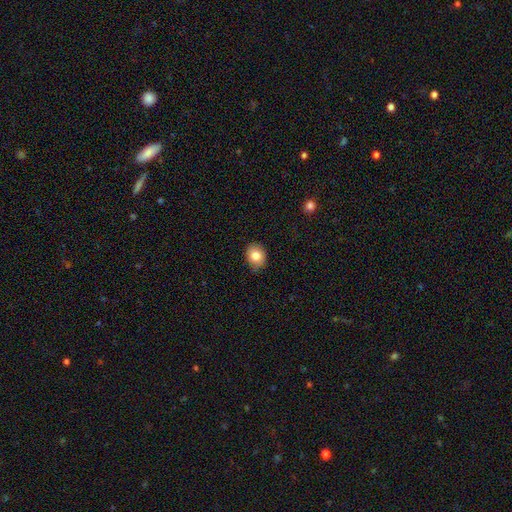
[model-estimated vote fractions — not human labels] Smooth or featured?
  - smooth: 83% *
  - star or artifact: 9%
  - featured or disk: 8%
How rounded?
  - round: 55% *
  - in between: 44%
  - cigar-shaped: 1%
Merging?
  - none: 80% *
  - minor disturbance: 16%
  - major disturbance: 2%
  - merger: 1%